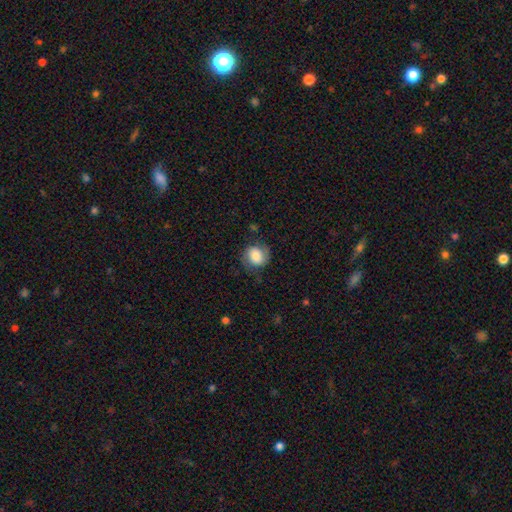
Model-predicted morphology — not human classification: Smooth or featured? smooth (68%)
How rounded? round (71%)
Merging? none (69%)